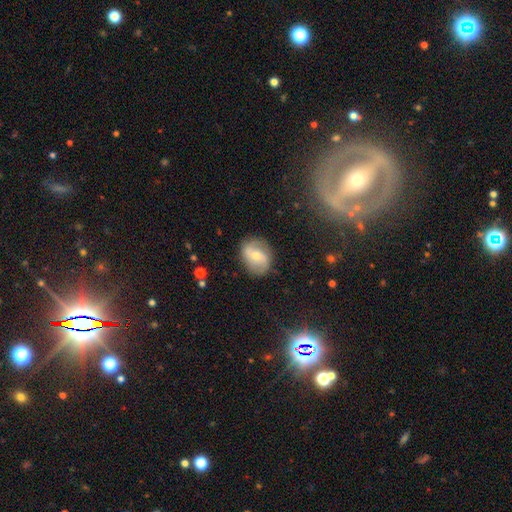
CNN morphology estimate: type=featured or disk (63%); edge-on=no (96%); bar=no (43%); spiral arms=yes (83%); winding=medium (39%); arm count=2 (83%); bulge=moderate (52%); merging=none (80%).